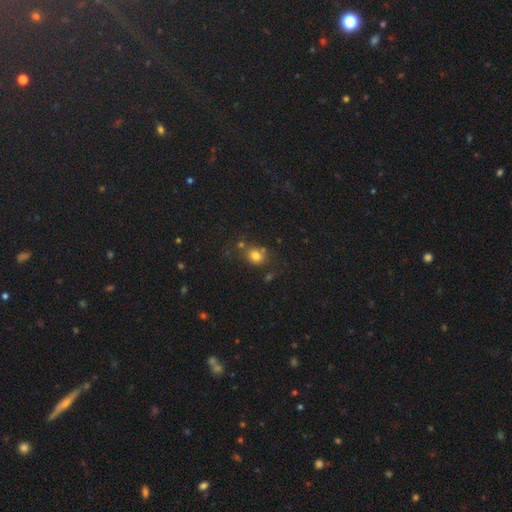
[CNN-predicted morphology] Smooth or featured? smooth (76%)
How rounded? round (57%)
Merging? none (64%)